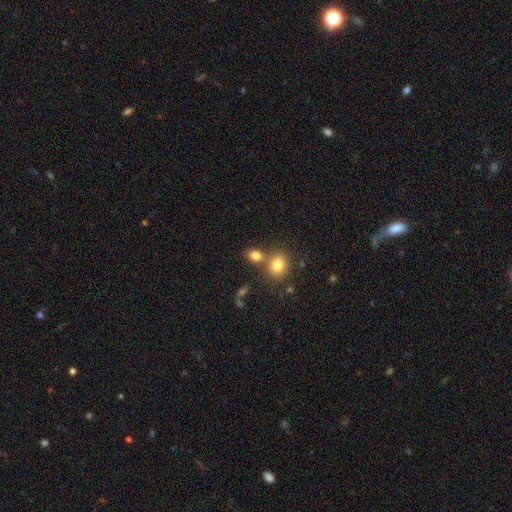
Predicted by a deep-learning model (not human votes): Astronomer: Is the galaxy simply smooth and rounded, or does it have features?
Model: smooth — 80%.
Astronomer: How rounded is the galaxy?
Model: in between — 57% (runner-up: round, 41%).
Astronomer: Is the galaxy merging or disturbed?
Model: none — 52% (runner-up: merger, 34%).